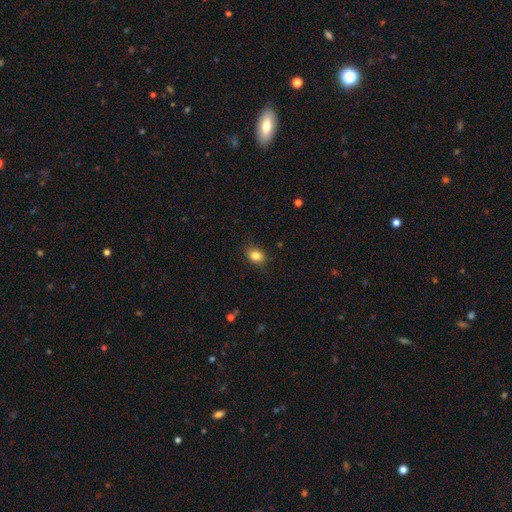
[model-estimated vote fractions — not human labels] A smooth galaxy with no disk features (85%) that is in between round and cigar-shaped (64%). Merging: none (83%).